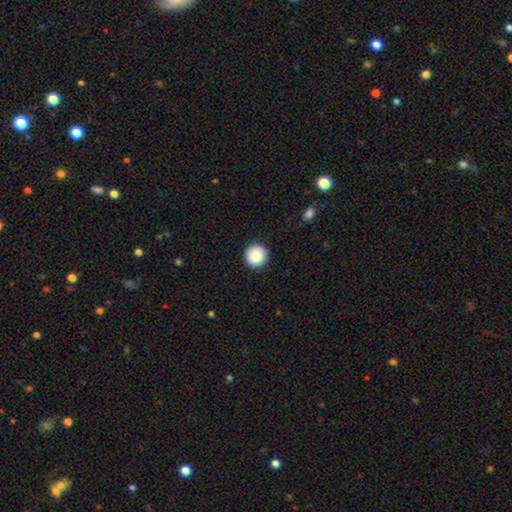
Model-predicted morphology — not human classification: Overall: smooth (87%). How rounded: round (96%). Merging: none (93%).